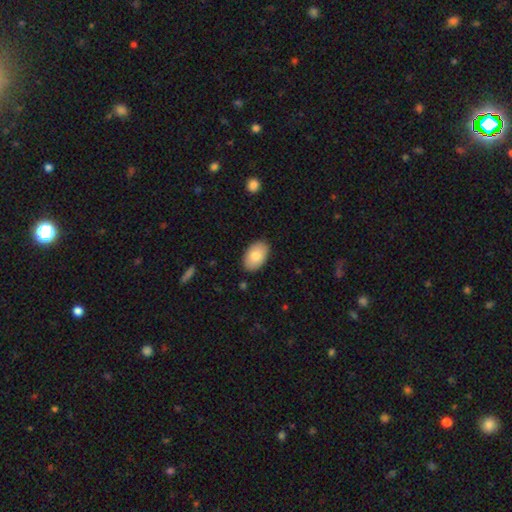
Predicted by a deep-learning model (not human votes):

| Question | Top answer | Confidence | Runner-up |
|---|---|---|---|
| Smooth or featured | smooth | 84% | featured or disk (10%) |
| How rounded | in between | 92% | round (6%) |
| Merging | none | 88% | minor disturbance (9%) |